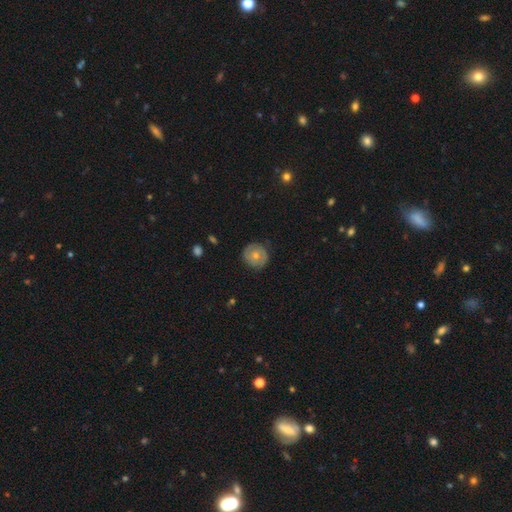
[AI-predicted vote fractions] smooth-or-featured: featured or disk: 51% | smooth: 41% | star or artifact: 7%
  disk-edge-on: no: 97% | yes: 3%
  merging: none: 83% | minor disturbance: 13% | major disturbance: 3% | merger: 1%